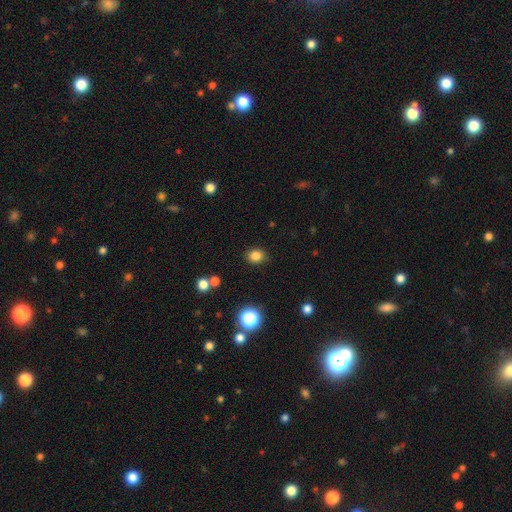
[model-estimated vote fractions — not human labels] smooth 83%, star or artifact 13%, featured or disk 4%. Down the decision tree: how rounded — round (63%); merging — none (85%).